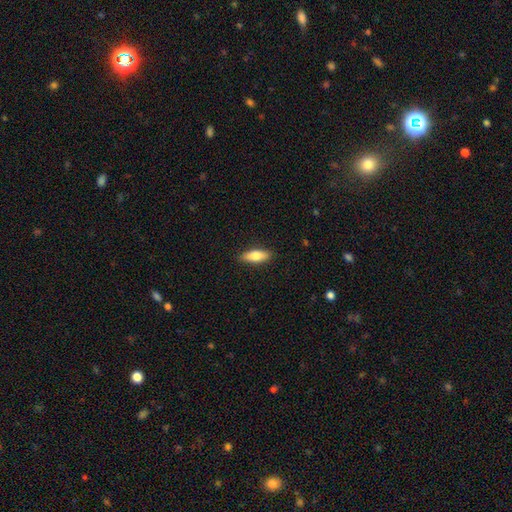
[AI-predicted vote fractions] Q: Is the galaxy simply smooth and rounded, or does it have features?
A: smooth — 74%.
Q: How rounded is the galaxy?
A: in between — 64%.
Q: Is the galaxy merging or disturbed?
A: none — 88%.